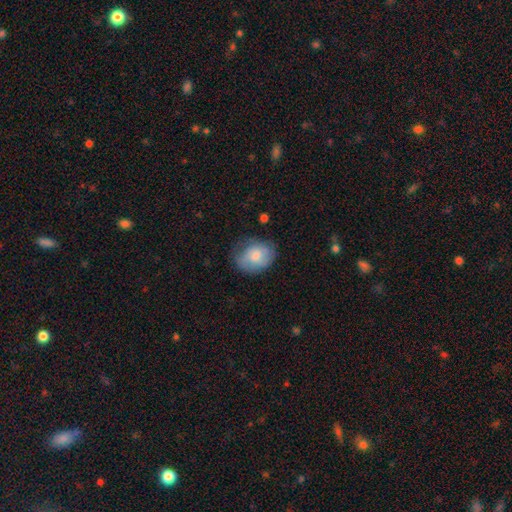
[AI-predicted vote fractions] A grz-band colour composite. It shows a smooth galaxy with no disk features (69%) that is in between round and cigar-shaped (59%). Merging: none (61%).